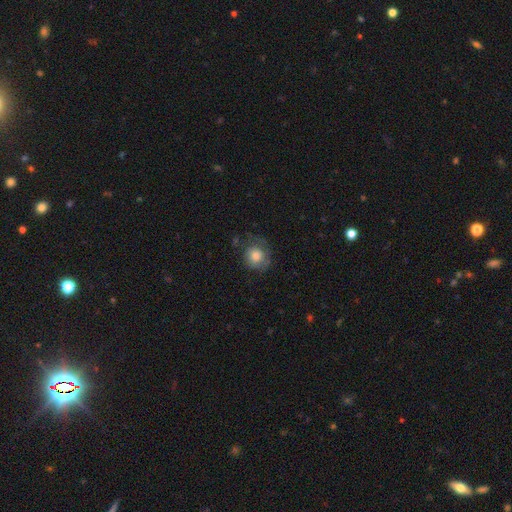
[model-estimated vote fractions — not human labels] This appears to be a smooth galaxy with no disk features (78%) that is round (86%). Merging: none (61%).